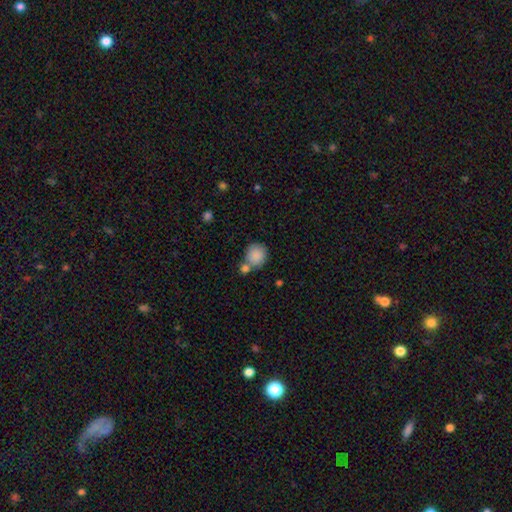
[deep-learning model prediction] A smooth galaxy with no disk features (86%) that is round (82%). Merging: none (52%).